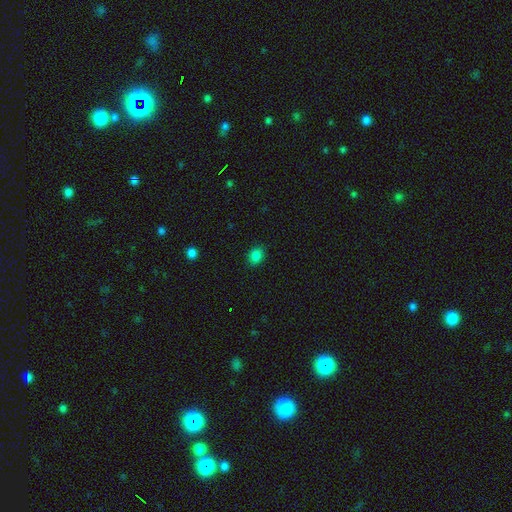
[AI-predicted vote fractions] Smooth or featured: smooth — 83% (star or artifact — 13%)
How rounded: round — 51% (in between — 48%)
Merging: none — 88% (minor disturbance — 9%)